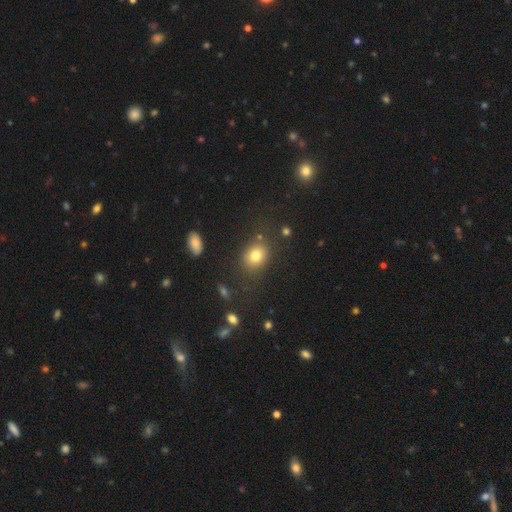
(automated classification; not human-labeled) The model was most divided on "how rounded": round: 51%, in between: 48%, cigar-shaped: 1%. More confident: smooth or featured — smooth (79%); merging — none (77%).